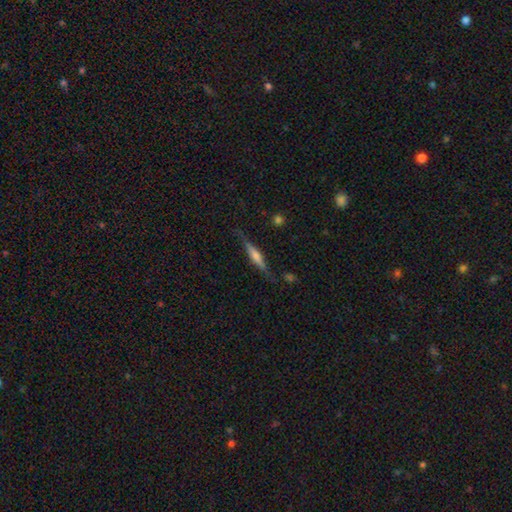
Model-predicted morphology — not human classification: Smooth or featured? featured or disk (62%)
Edge-on disk? yes (94%)
Edge-on bulge? rounded (64%)
Merging? none (77%)